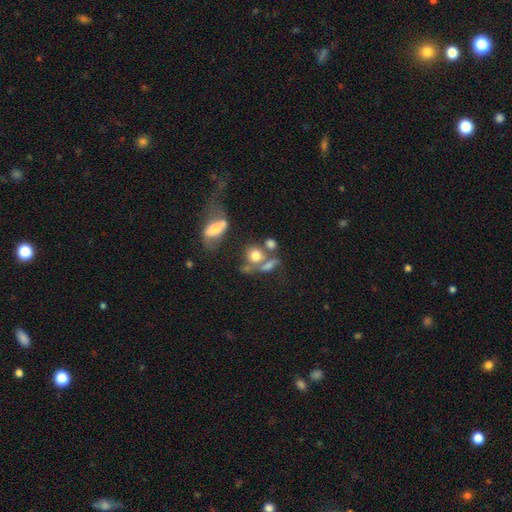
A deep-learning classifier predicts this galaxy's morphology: Overall: smooth (67%). How rounded: round (62%; in between 34%). Merging: merger (41%; none 33%).